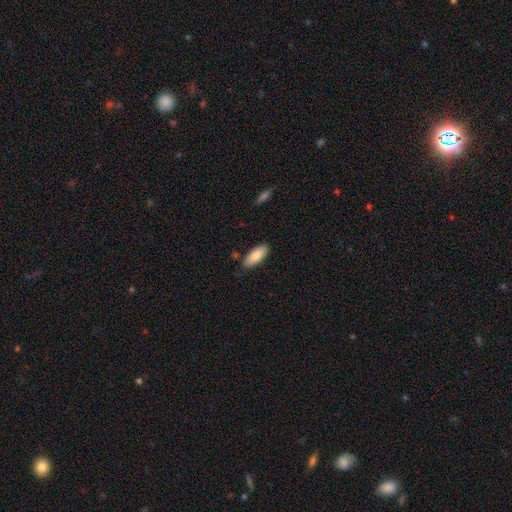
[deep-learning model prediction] Smooth or featured?
  - smooth: 83% *
  - featured or disk: 11%
  - star or artifact: 6%
How rounded?
  - in between: 81% *
  - cigar-shaped: 17%
  - round: 2%
Merging?
  - none: 84% *
  - minor disturbance: 11%
  - merger: 2%
  - major disturbance: 2%